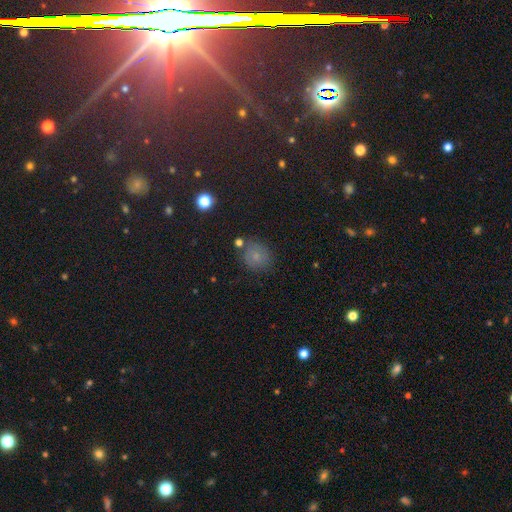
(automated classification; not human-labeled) Overall: smooth (68%). How rounded: round (78%). Merging: none (77%).